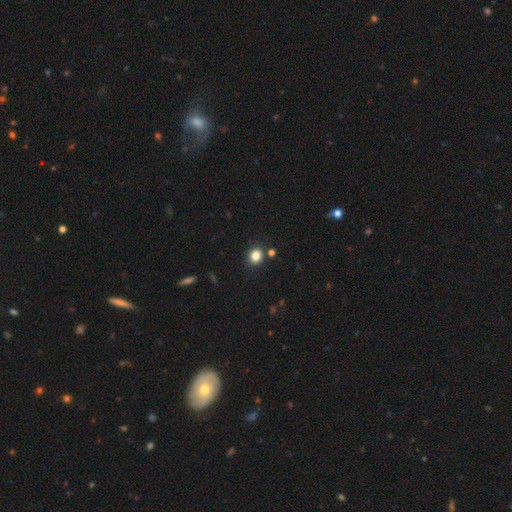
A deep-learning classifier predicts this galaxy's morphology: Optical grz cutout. It shows a smooth galaxy with no disk features (83%) that is round (77%). Merging: none (85%).